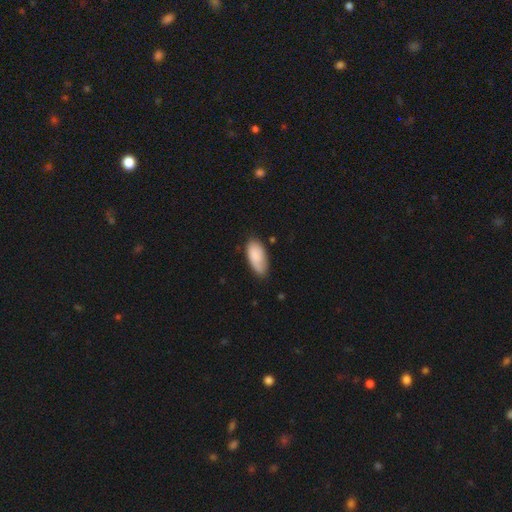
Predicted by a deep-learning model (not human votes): smooth_or_featured: smooth (p=0.82) [alt: featured or disk p=0.12]
how_rounded: in between (p=0.90) [alt: cigar-shaped p=0.08]
merging: none (p=0.66) [alt: minor disturbance p=0.26]